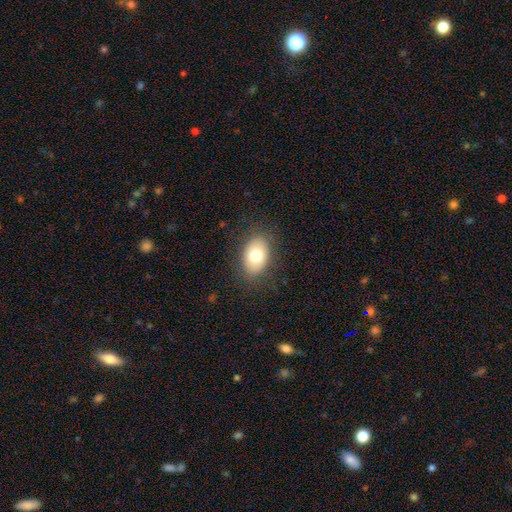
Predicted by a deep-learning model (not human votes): Smooth or featured: smooth — 76% (featured or disk — 16%)
How rounded: in between — 86% (round — 13%)
Merging: none — 84% (minor disturbance — 11%)